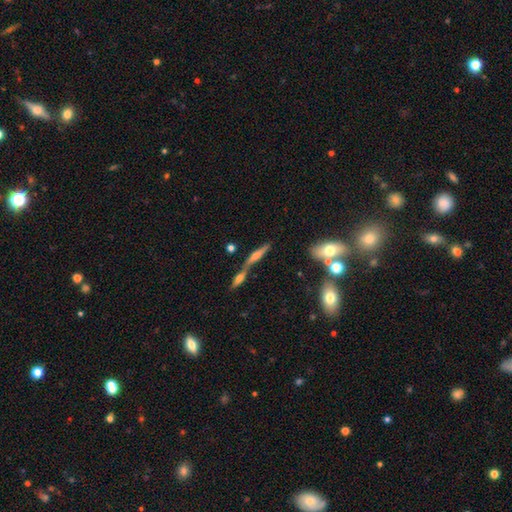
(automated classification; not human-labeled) smooth-or-featured: featured or disk: 55% | smooth: 32% | star or artifact: 13%
  disk-edge-on: yes: 83% | no: 17%
  merging: merger: 43% | none: 39% | minor disturbance: 11% | major disturbance: 7%